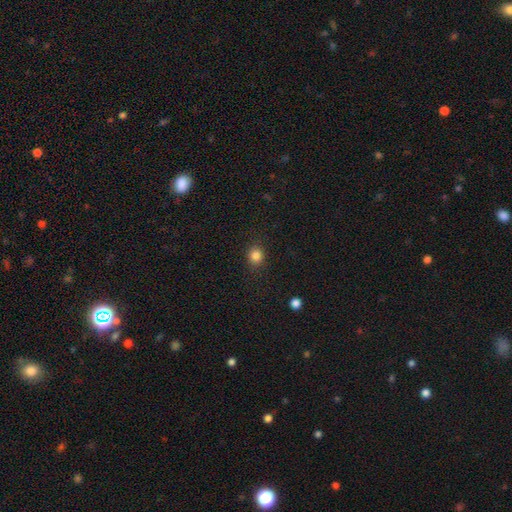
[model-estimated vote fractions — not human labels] This appears to be a smooth galaxy with no disk features (84%) that is round (78%). Merging: none (88%).